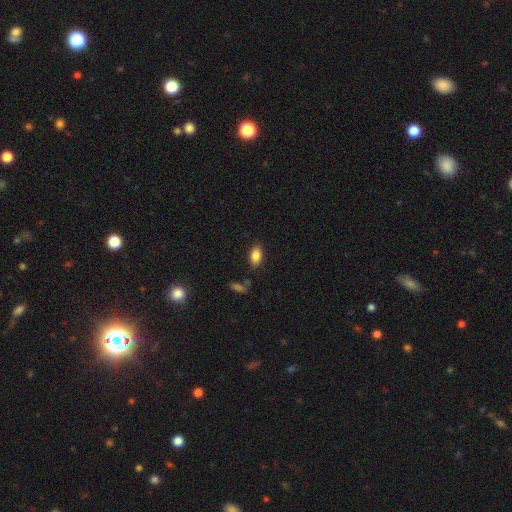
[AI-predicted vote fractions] smooth 85%, star or artifact 8%, featured or disk 7%. Down the decision tree: how rounded — in between (90%); merging — none (82%).